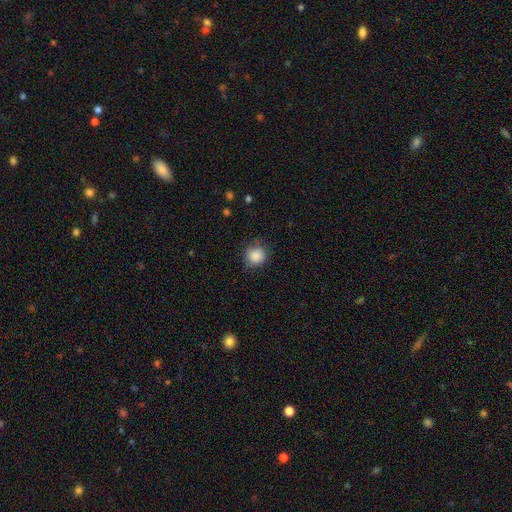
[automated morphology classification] Smooth or featured: smooth — 87% (star or artifact — 9%)
How rounded: round — 90% (in between — 9%)
Merging: none — 80% (minor disturbance — 15%)